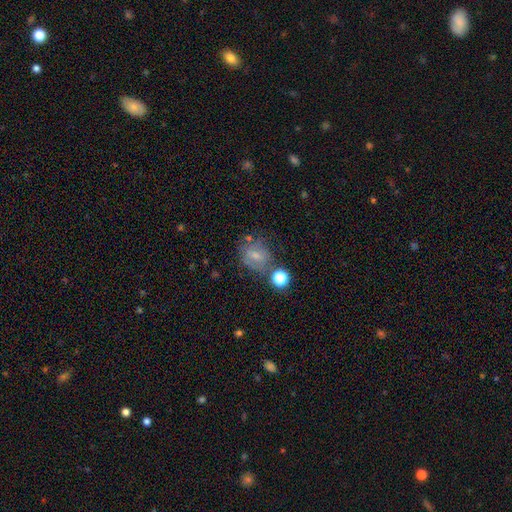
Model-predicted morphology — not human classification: This appears to be a smooth galaxy with no disk features (56%) that is round (62%). Merging: none (52%).